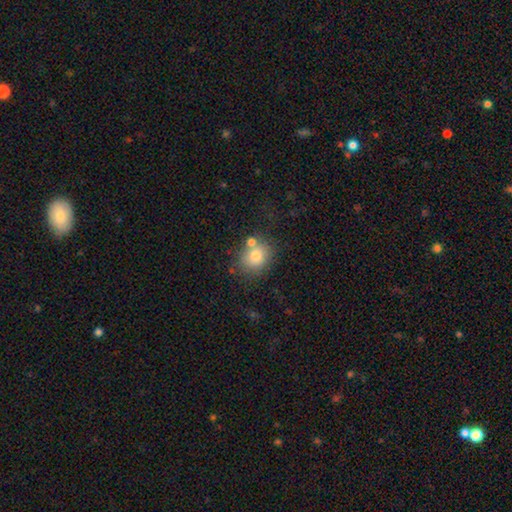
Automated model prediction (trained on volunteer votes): smooth-or-featured: smooth: 77% | featured or disk: 13% | star or artifact: 10%
  how-rounded: round: 67% | in between: 32% | cigar-shaped: 1%
  merging: none: 62% | merger: 19% | minor disturbance: 14% | major disturbance: 5%